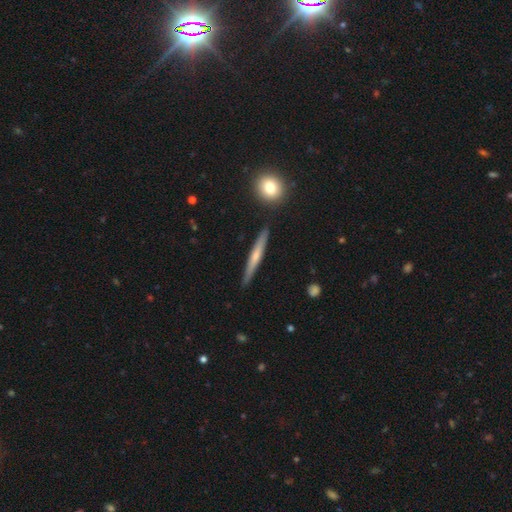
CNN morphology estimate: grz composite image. It shows a featured or disk galaxy (50%). Merging: none (89%).